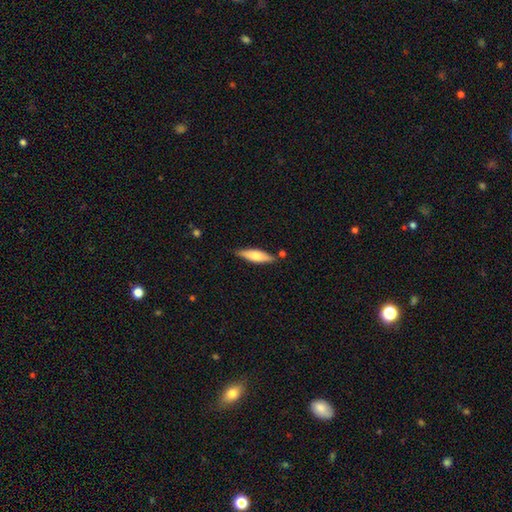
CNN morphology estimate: Smooth or featured? Predicted: smooth (p=0.58). How rounded? Predicted: cigar-shaped (p=0.59). Merging? Predicted: none (p=0.79).